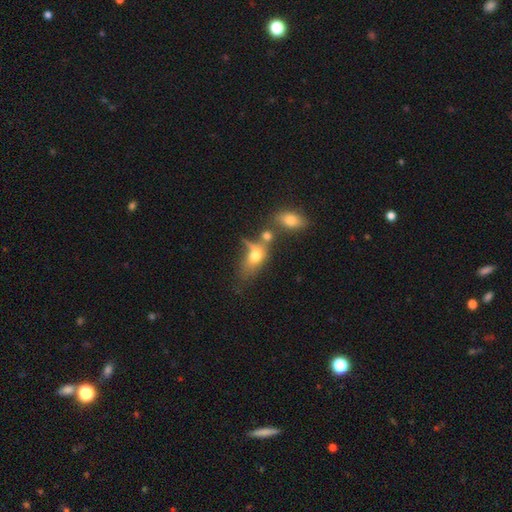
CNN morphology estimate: smooth_or_featured: smooth (p=0.68) [alt: featured or disk p=0.22]
how_rounded: in between (p=0.79) [alt: round p=0.14]
merging: merger (p=0.39) [alt: none p=0.28]